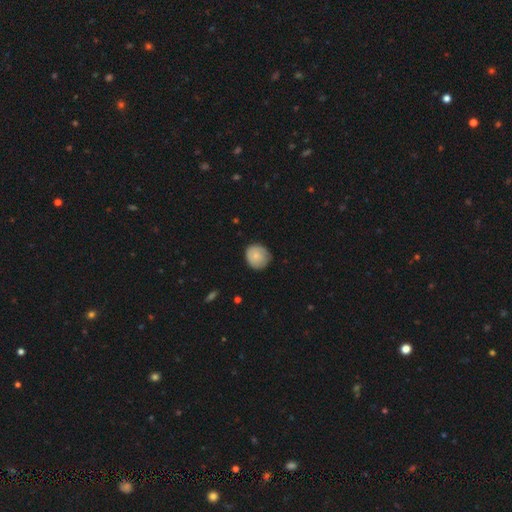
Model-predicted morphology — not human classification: A smooth galaxy with no disk features (73%) that is round (87%).

Vote fractions:
- Smooth or featured? smooth: 73% / featured or disk: 20% / star or artifact: 7%
- How rounded? round: 87% / in between: 13% / cigar-shaped: 1%
- Merging? none: 74% / minor disturbance: 21% / major disturbance: 4% / merger: 1%